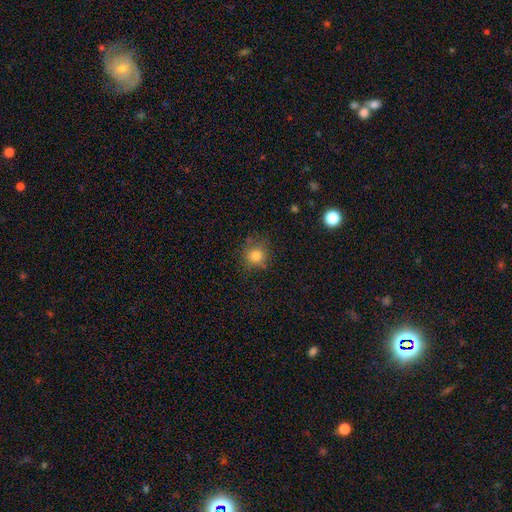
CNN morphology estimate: Smooth or featured: smooth — 81% (star or artifact — 13%)
How rounded: round — 86% (in between — 13%)
Merging: none — 78% (minor disturbance — 15%)